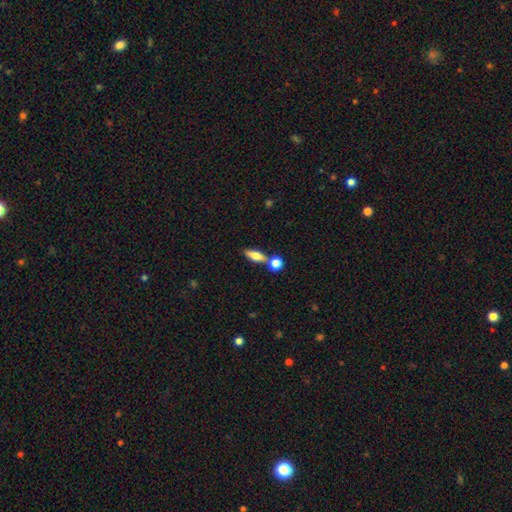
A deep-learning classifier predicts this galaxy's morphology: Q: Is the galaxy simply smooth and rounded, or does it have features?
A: smooth — 63%.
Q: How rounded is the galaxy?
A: in between — 55%.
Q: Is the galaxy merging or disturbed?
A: none — 63%.